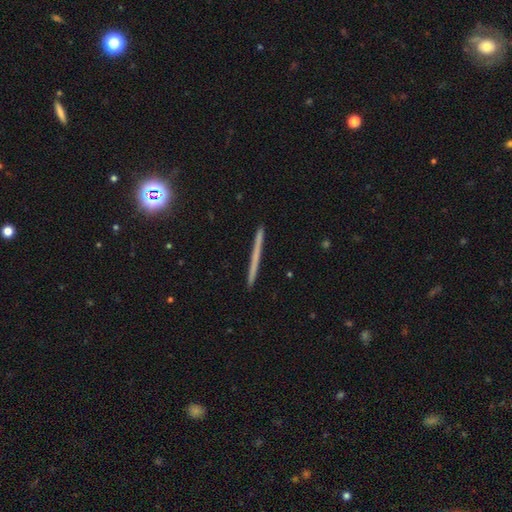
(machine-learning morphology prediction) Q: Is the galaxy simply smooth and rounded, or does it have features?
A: featured or disk — 48%.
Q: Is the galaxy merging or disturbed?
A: none — 92%.